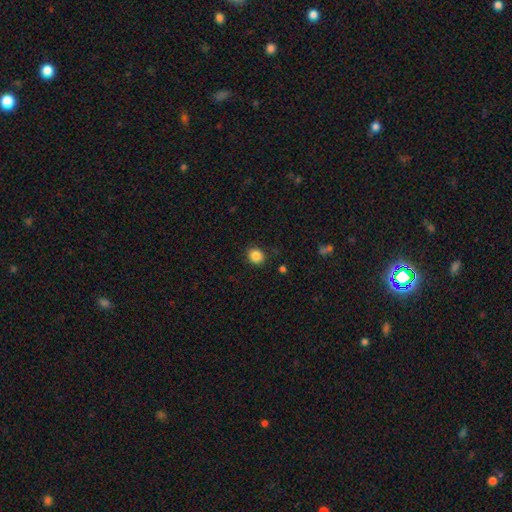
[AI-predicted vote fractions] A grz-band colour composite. It shows a smooth galaxy with no disk features (86%) that is round (70%). Merging: none (89%).